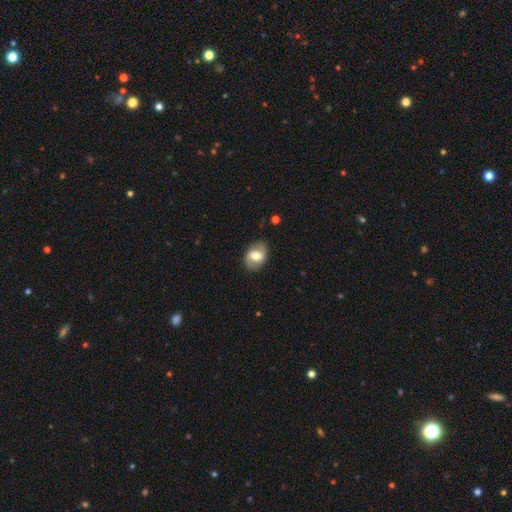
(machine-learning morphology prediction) featured or disk 53%, smooth 40%, star or artifact 7%. Down the decision tree: edge-on disk — no (95%); bar — weak (45%); spiral arms — yes (71%); bulge size — moderate (57%); merging — none (82%).